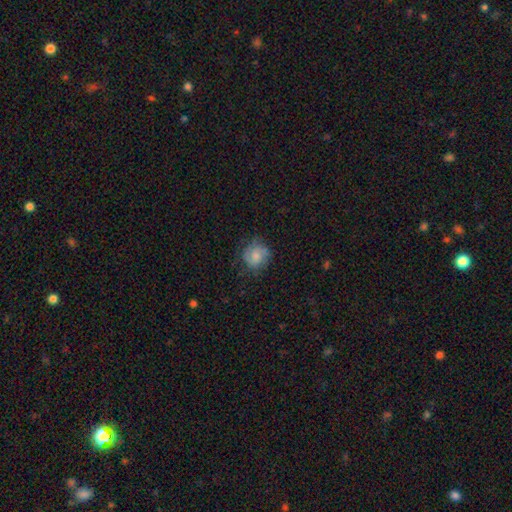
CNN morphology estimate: smooth-or-featured: smooth: 57% | featured or disk: 34% | star or artifact: 8%
  how-rounded: round: 82% | in between: 17% | cigar-shaped: 1%
  merging: none: 70% | minor disturbance: 21% | major disturbance: 8% | merger: 1%